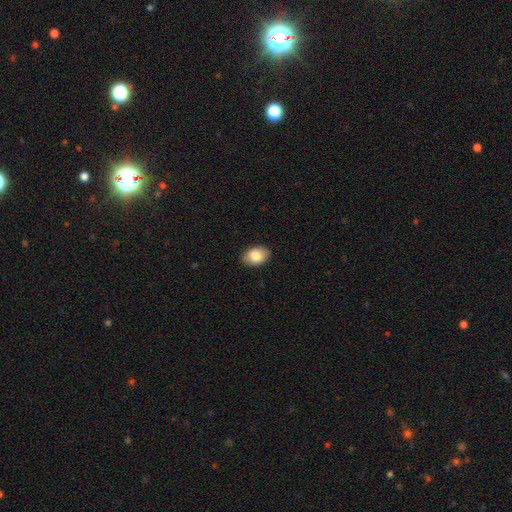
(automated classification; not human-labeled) smooth_or_featured: smooth (p=0.84) [alt: featured or disk p=0.09]
how_rounded: in between (p=0.86) [alt: round p=0.12]
merging: none (p=0.89) [alt: minor disturbance p=0.09]